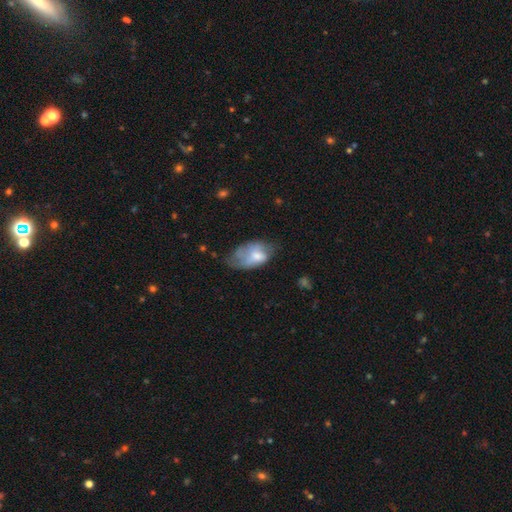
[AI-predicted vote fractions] smooth 58%, featured or disk 35%, star or artifact 8%. Down the decision tree: how rounded — in between (90%); merging — minor disturbance (35%).